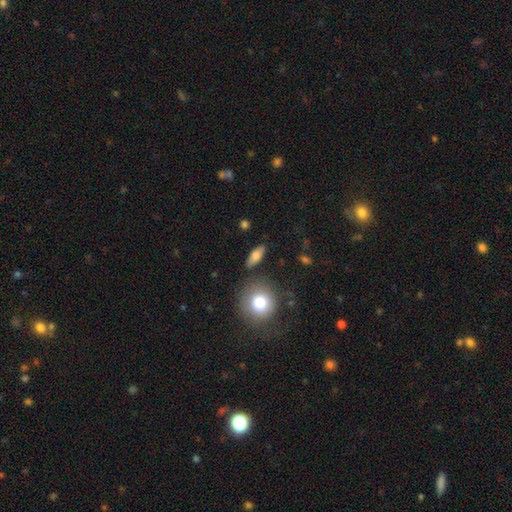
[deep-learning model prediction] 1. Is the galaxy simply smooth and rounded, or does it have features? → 73% smooth, 19% featured or disk, 8% star or artifact.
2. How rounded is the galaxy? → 68% in between, 24% cigar-shaped, 8% round.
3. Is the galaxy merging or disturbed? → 84% none, 10% minor disturbance, 3% merger, 3% major disturbance.